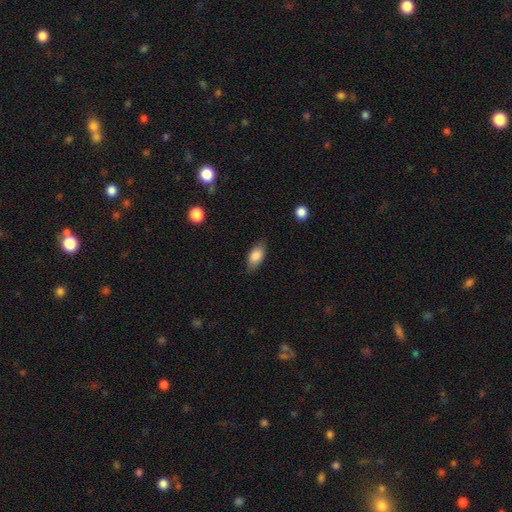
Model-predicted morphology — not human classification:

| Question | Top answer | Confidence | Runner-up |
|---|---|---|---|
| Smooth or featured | smooth | 80% | featured or disk (13%) |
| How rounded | in between | 87% | cigar-shaped (8%) |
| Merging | none | 79% | minor disturbance (16%) |